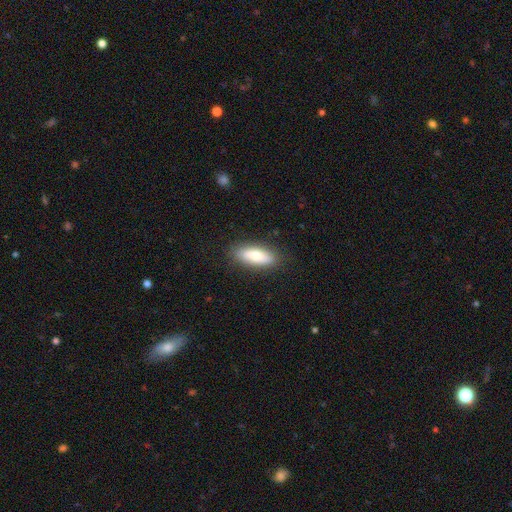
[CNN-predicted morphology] smooth_or_featured: smooth (p=0.77) [alt: featured or disk p=0.17]
how_rounded: in between (p=0.64) [alt: cigar-shaped p=0.34]
merging: none (p=0.87) [alt: minor disturbance p=0.10]